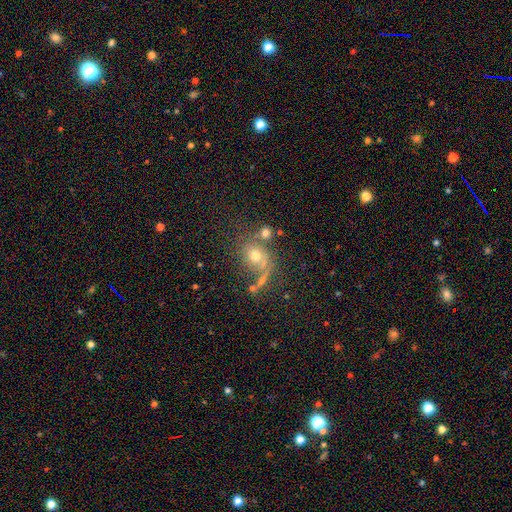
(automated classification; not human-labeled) Smooth or featured?
  - smooth: 52% *
  - featured or disk: 25%
  - star or artifact: 23%
How rounded?
  - round: 67% *
  - in between: 31%
  - cigar-shaped: 2%
Merging?
  - none: 42% *
  - merger: 29%
  - major disturbance: 15%
  - minor disturbance: 14%